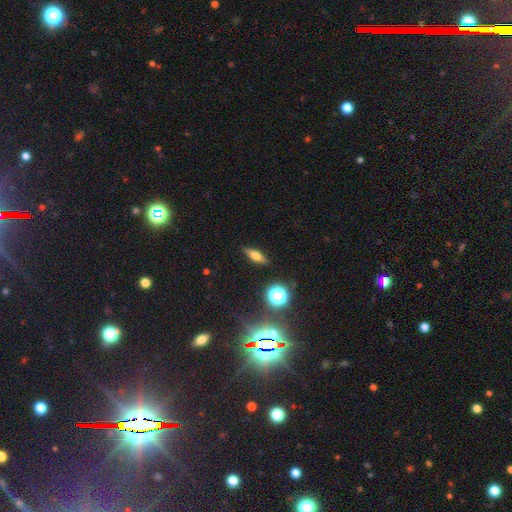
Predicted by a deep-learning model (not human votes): Q: Smooth or featured?
A: smooth (52%); runner-up: featured or disk (34%)
Q: How rounded?
A: in between (47%); runner-up: cigar-shaped (45%)
Q: Merging?
A: none (87%); runner-up: minor disturbance (9%)